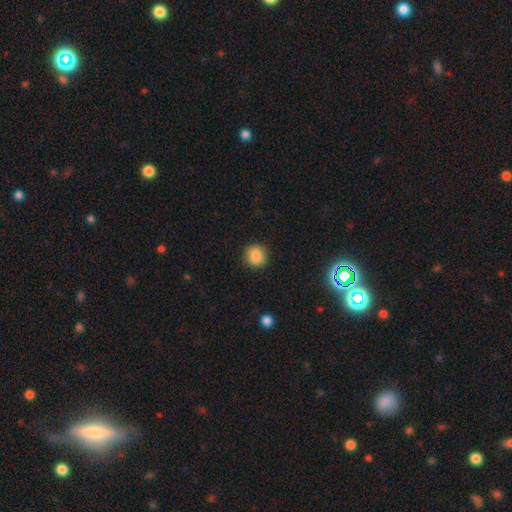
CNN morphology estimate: smooth-or-featured: smooth: 86% | star or artifact: 9% | featured or disk: 4%
  how-rounded: round: 90% | in between: 9% | cigar-shaped: 1%
  merging: none: 89% | minor disturbance: 8% | major disturbance: 2% | merger: 1%